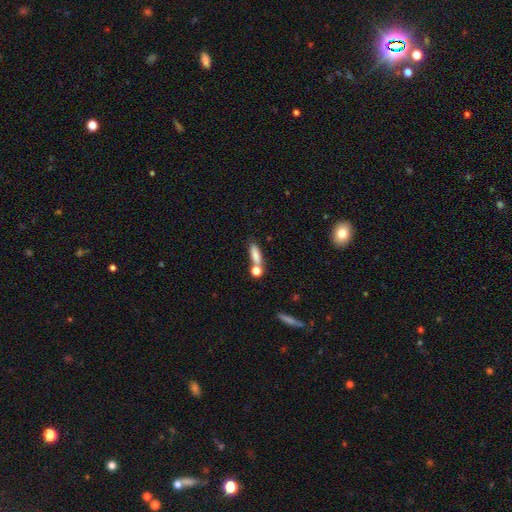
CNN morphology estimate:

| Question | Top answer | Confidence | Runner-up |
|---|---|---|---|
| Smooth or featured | smooth | 80% | featured or disk (11%) |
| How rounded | in between | 47% | cigar-shaped (45%) |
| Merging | none | 56% | merger (26%) |